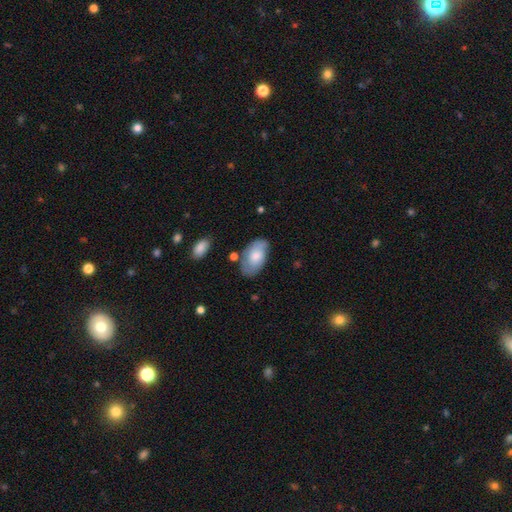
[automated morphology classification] Smooth or featured? Predicted: smooth (p=0.68). How rounded? Predicted: in between (p=0.94). Merging? Predicted: none (p=0.65).